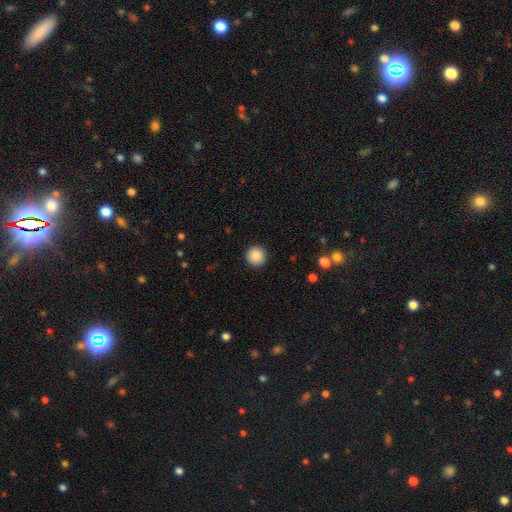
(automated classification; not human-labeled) smooth_or_featured: smooth (p=0.88) [alt: star or artifact p=0.09]
how_rounded: round (p=0.96) [alt: in between p=0.03]
merging: none (p=0.93) [alt: minor disturbance p=0.05]